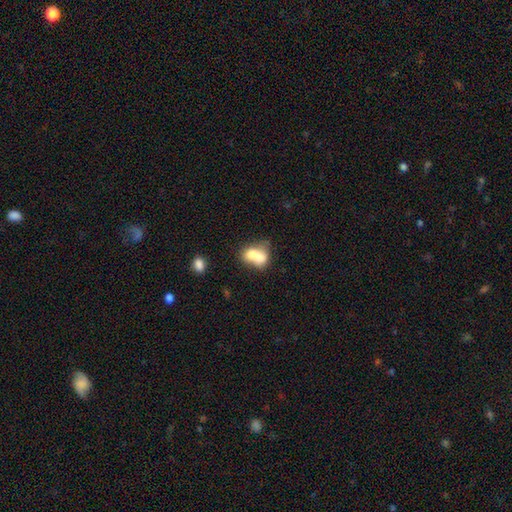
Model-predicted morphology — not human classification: This appears to be a smooth galaxy with no disk features (69%) that is in between round and cigar-shaped (68%). Merging: merger (66%).